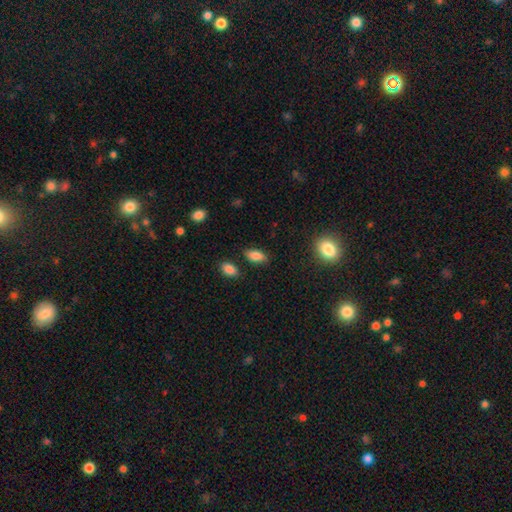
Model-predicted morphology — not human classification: This appears to be a smooth galaxy with no disk features (84%) that is in between round and cigar-shaped (90%). Merging: none (82%).